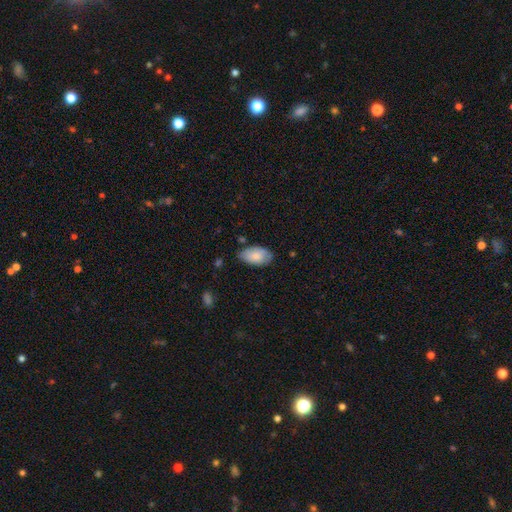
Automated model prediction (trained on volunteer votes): A smooth galaxy with no disk features (80%) that is in between round and cigar-shaped (95%).

Vote fractions:
- Smooth or featured? smooth: 80% / featured or disk: 14% / star or artifact: 6%
- How rounded? in between: 95% / round: 3% / cigar-shaped: 2%
- Merging? none: 70% / minor disturbance: 24% / major disturbance: 4% / merger: 2%